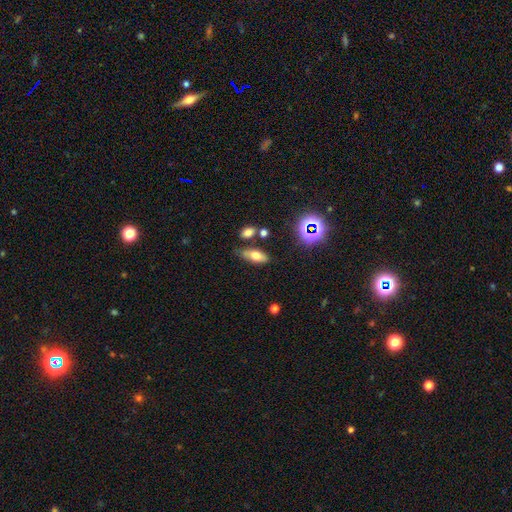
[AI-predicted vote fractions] This appears to be a smooth galaxy with no disk features (66%) that is in between round and cigar-shaped (79%). Merging: none (70%).